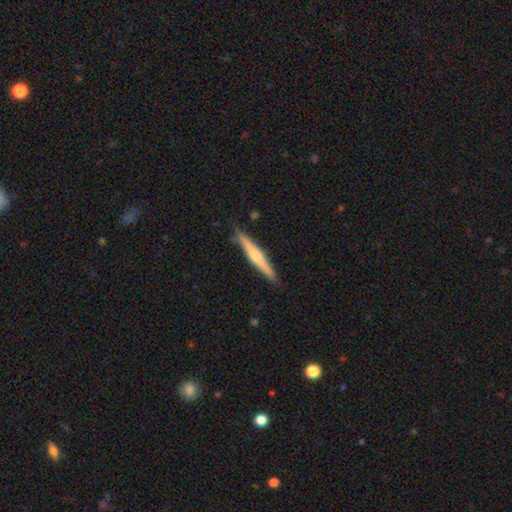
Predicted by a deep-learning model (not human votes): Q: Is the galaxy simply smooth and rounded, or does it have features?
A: featured or disk — 52%.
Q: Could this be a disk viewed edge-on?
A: yes — 97%.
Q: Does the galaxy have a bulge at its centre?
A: rounded — 71%.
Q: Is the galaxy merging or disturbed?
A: none — 87%.